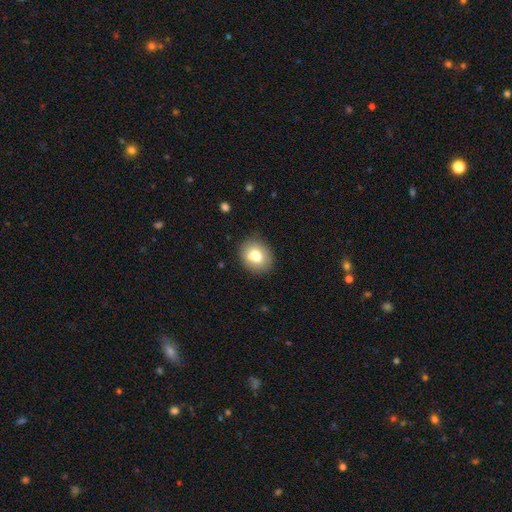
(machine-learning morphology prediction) smooth_or_featured: smooth (p=0.75) [alt: featured or disk p=0.16]
how_rounded: round (p=0.61) [alt: in between p=0.38]
merging: none (p=0.78) [alt: minor disturbance p=0.13]